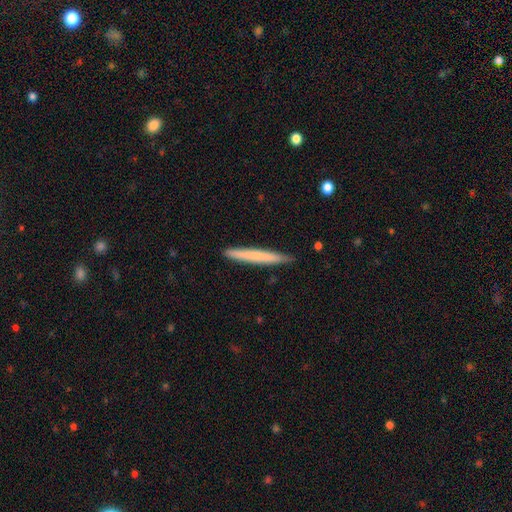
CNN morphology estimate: A smooth galaxy with no disk features (66%) that is cigar-shaped (97%).

Vote fractions:
- Smooth or featured? smooth: 66% / featured or disk: 28% / star or artifact: 5%
- How rounded? cigar-shaped: 97% / in between: 2% / round: 1%
- Merging? none: 90% / minor disturbance: 8% / major disturbance: 1% / merger: 1%